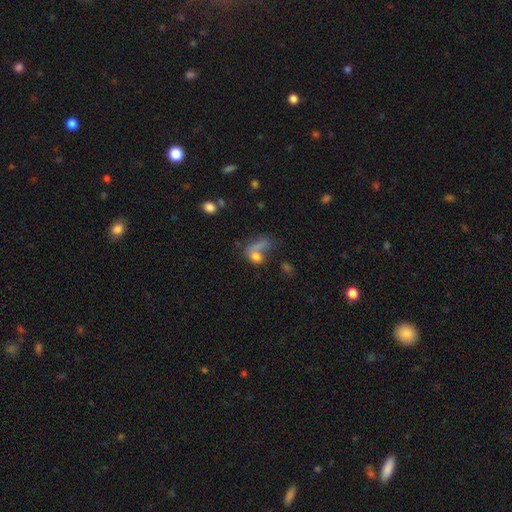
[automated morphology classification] This appears to be a smooth galaxy with no disk features (55%) that is in between round and cigar-shaped (57%). Merging: major disturbance (32%).